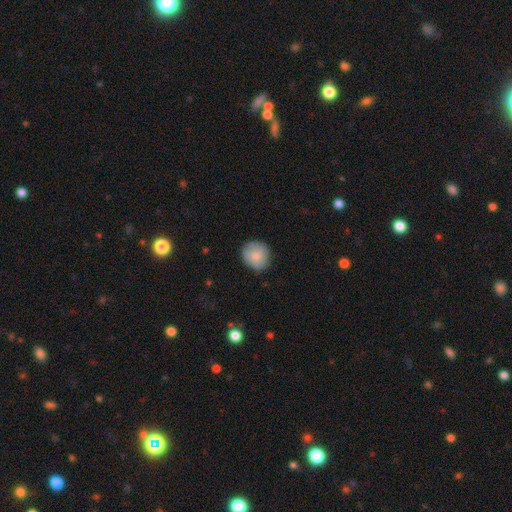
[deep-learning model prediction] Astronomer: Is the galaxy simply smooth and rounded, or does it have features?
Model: smooth — 81%.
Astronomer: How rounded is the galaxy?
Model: round — 86%.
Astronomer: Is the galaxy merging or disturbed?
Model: none — 81%.